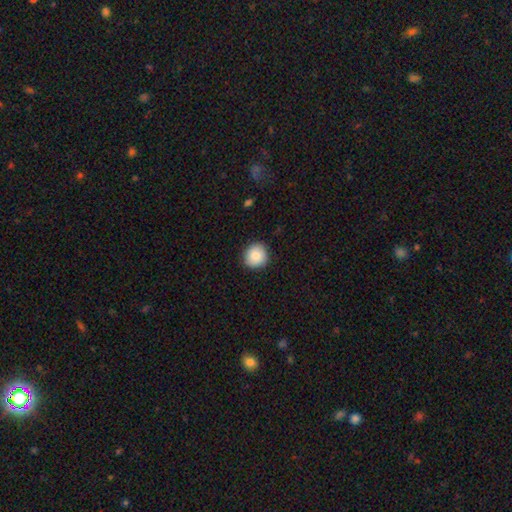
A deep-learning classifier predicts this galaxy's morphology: smooth-or-featured: smooth: 86% | star or artifact: 8% | featured or disk: 6%
  how-rounded: round: 91% | in between: 8% | cigar-shaped: 1%
  merging: none: 89% | minor disturbance: 8% | major disturbance: 2% | merger: 1%